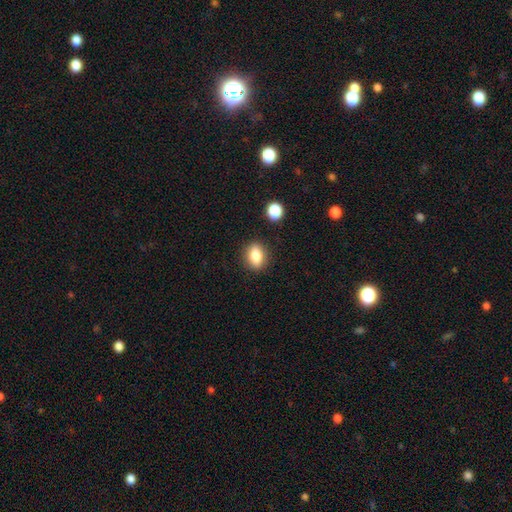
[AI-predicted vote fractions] This appears to be a smooth galaxy with no disk features (83%) that is in between round and cigar-shaped (72%). Merging: none (87%).